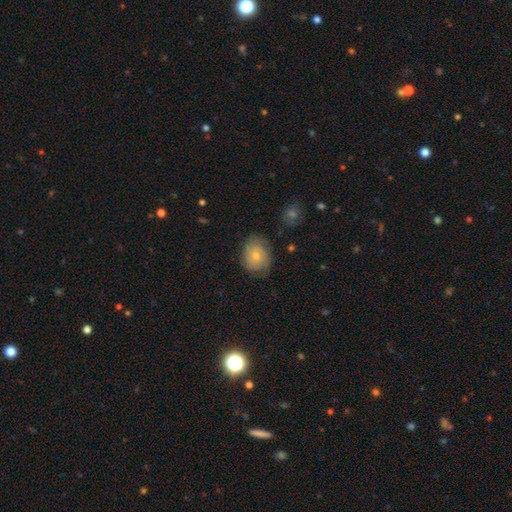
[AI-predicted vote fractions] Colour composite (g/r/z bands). It shows a smooth galaxy with no disk features (57%) that is in between round and cigar-shaped (53%). Merging: none (69%).